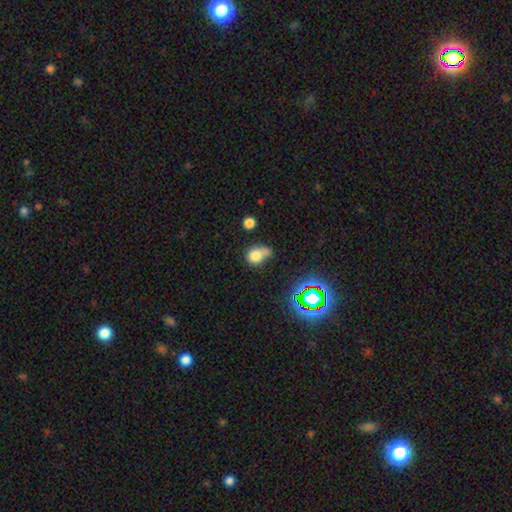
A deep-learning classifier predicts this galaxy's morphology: The model was most divided on "merging": none: 36%, minor disturbance: 25%, merger: 25%, major disturbance: 15%. More confident: smooth or featured — smooth (73%); how rounded — round (60%).